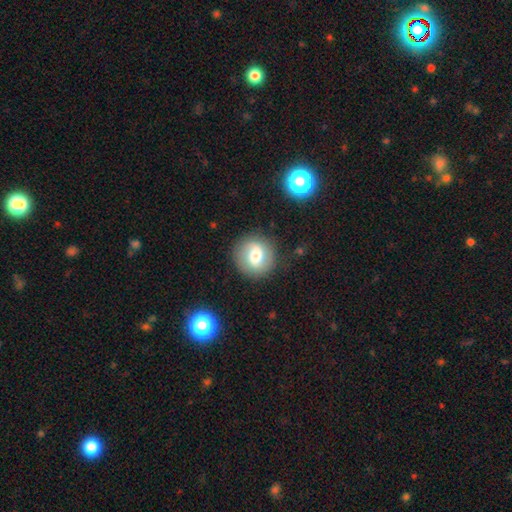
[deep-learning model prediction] This is possibly a smooth galaxy (55%). How rounded: clearly round (89%). Merging: clearly none (85%).